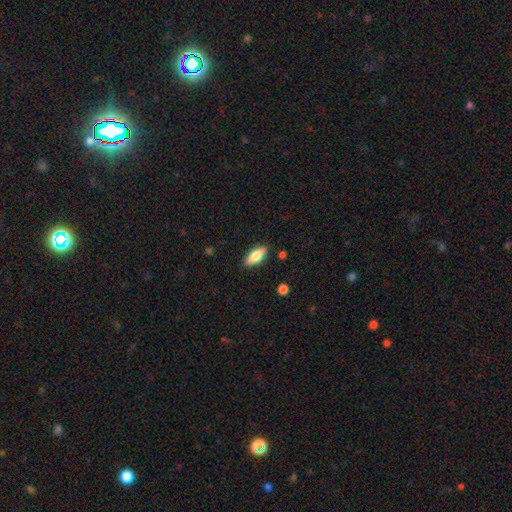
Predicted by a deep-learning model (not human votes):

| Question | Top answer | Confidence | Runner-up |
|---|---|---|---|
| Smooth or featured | smooth | 74% | featured or disk (20%) |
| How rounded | in between | 77% | cigar-shaped (20%) |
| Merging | none | 86% | minor disturbance (10%) |